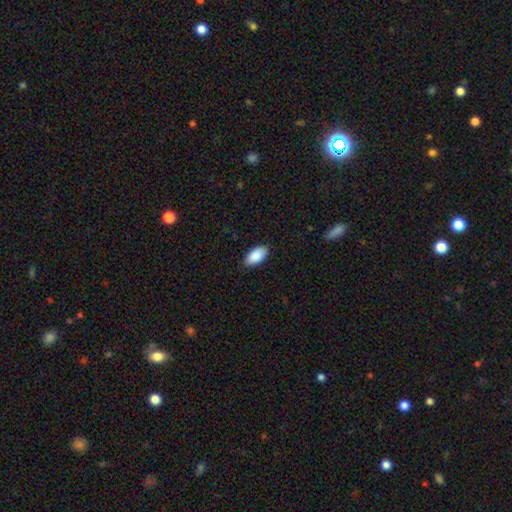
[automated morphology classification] smooth 90%, star or artifact 6%, featured or disk 4%. Down the decision tree: how rounded — in between (95%); merging — none (87%).